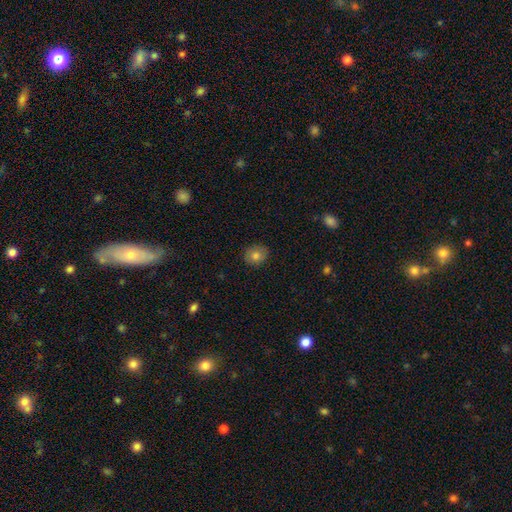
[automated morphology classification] Smooth or featured? smooth (80%)
How rounded? round (64%)
Merging? none (86%)